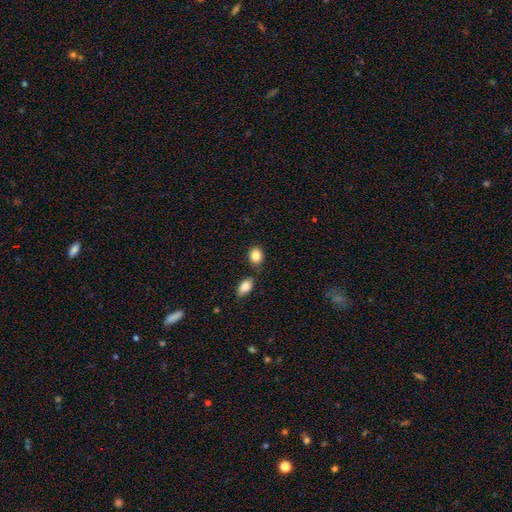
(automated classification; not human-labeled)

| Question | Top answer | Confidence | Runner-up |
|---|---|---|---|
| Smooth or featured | smooth | 85% | star or artifact (8%) |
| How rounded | in between | 51% | round (47%) |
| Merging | none | 75% | minor disturbance (11%) |